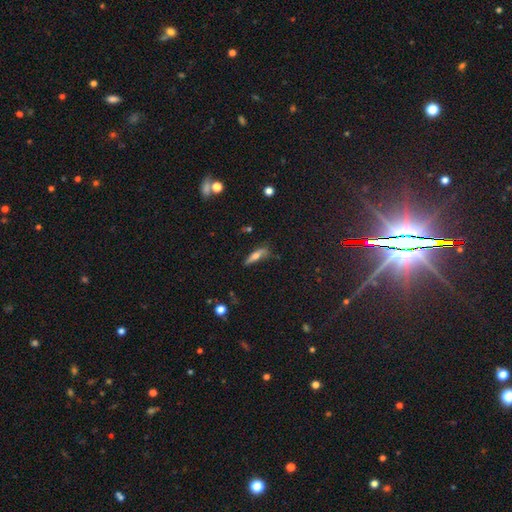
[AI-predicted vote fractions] This appears to be a smooth galaxy with no disk features (52%) that is cigar-shaped (68%). Merging: none (66%).